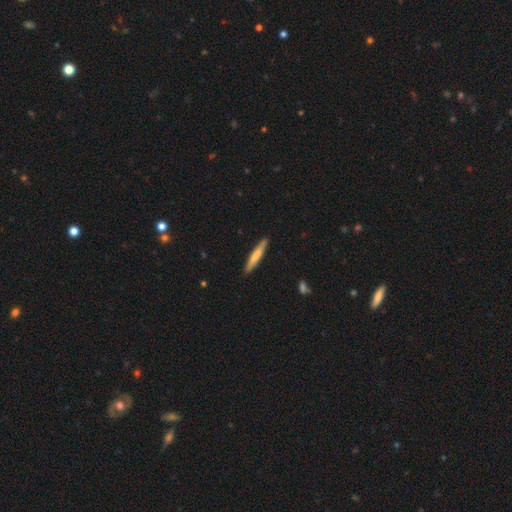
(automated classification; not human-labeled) smooth_or_featured: smooth (p=0.66) [alt: featured or disk p=0.29]
how_rounded: cigar-shaped (p=0.95) [alt: in between p=0.04]
merging: none (p=0.89) [alt: minor disturbance p=0.08]